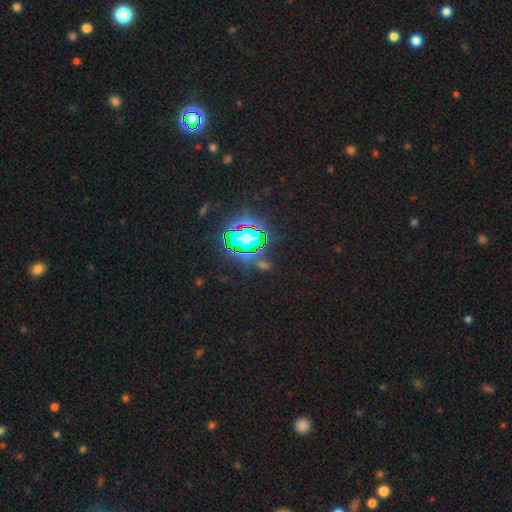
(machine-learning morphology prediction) A star or artifact, not a galaxy (82%).